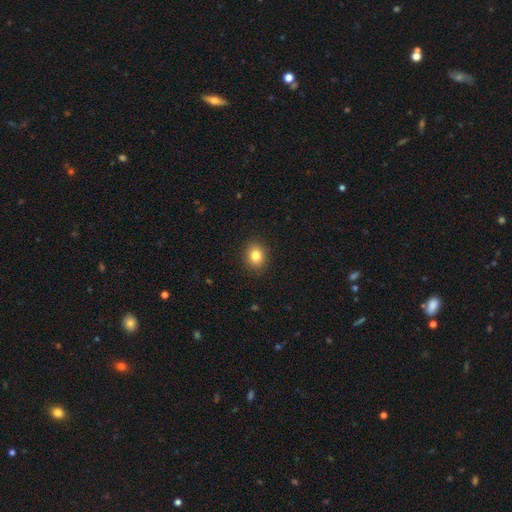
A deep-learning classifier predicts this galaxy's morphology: type=smooth (82%); roundness=round (66%); merging=none (91%).